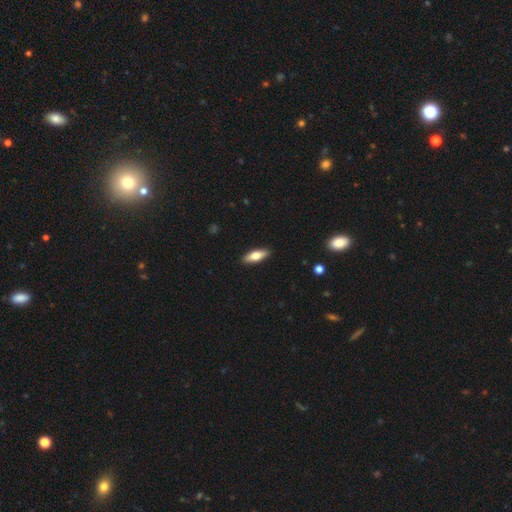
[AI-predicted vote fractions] Overall: smooth (65%; featured or disk 30%). How rounded: in between (55%; cigar-shaped 43%). Merging: none (90%).